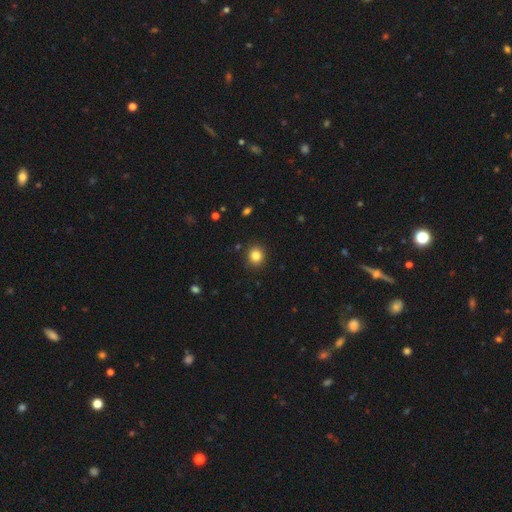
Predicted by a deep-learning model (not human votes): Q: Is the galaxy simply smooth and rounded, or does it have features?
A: smooth — 84%.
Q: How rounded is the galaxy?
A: round — 86%.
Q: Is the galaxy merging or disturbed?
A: none — 90%.